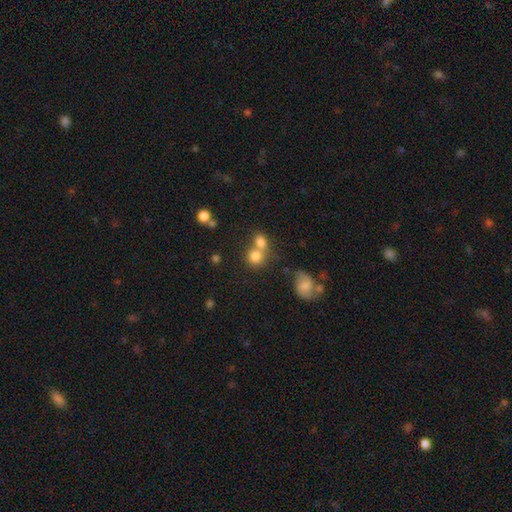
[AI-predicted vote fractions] This is likely a smooth galaxy (79%). How rounded: likely round (78%). Merging: possibly merger (48%).